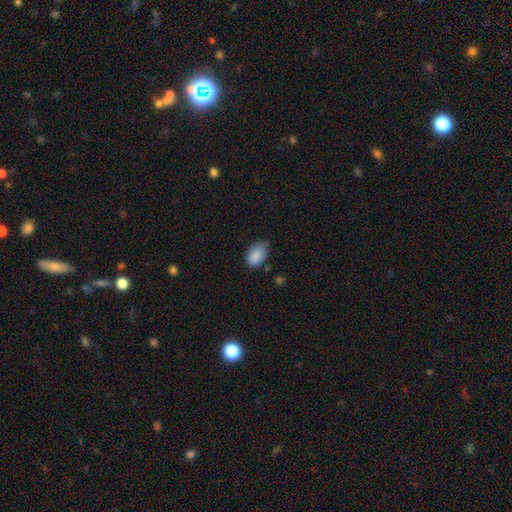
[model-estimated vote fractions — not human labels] This is clearly a smooth galaxy (87%). How rounded: clearly in between (90%). Merging: possibly none (59%).